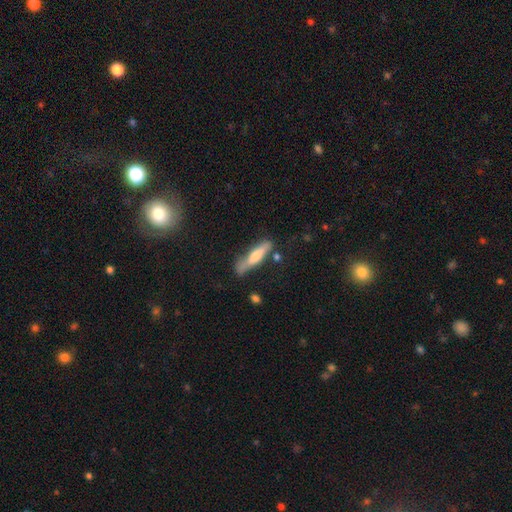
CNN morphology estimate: This is possibly a smooth galaxy (54%). How rounded: clearly cigar-shaped (82%). Merging: likely none (68%).